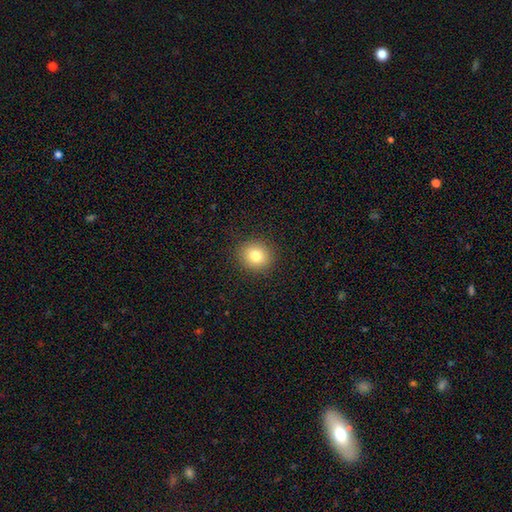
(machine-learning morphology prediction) Smooth or featured? smooth (80%)
How rounded? round (85%)
Merging? none (91%)